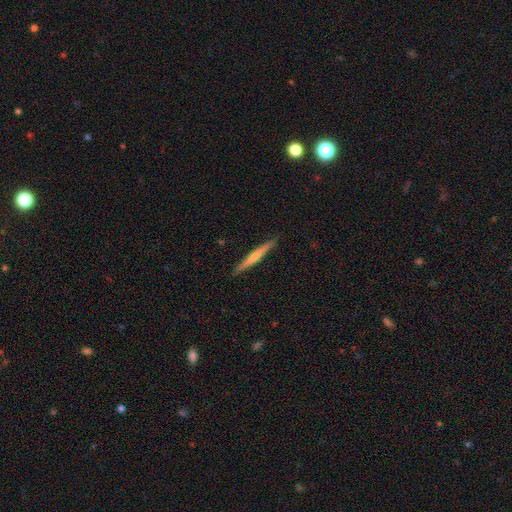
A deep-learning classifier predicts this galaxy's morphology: type=smooth (48%); merging=none (90%).